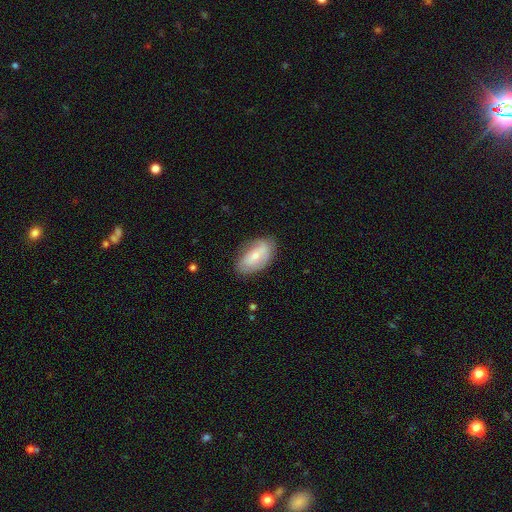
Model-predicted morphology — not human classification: Smooth or featured: smooth — 53% (featured or disk — 40%)
How rounded: in between — 92% (round — 5%)
Merging: none — 72% (minor disturbance — 21%)